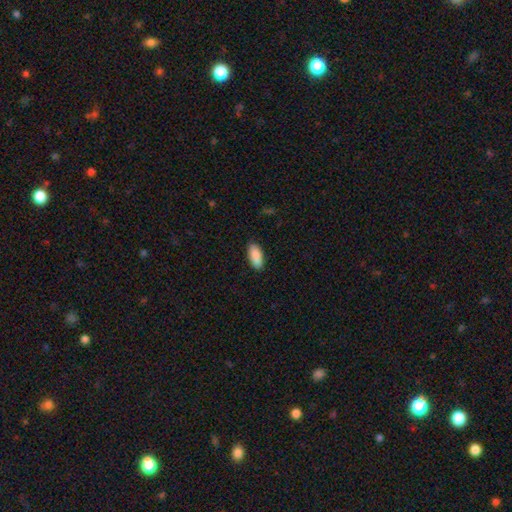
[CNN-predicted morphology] This is clearly a smooth galaxy (90%). How rounded: clearly in between (87%). Merging: clearly none (87%).